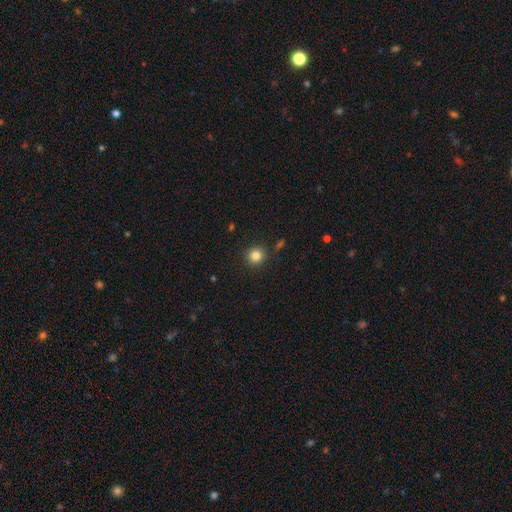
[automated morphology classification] Smooth or featured?
  - smooth: 83% *
  - star or artifact: 12%
  - featured or disk: 6%
How rounded?
  - round: 92% *
  - in between: 7%
  - cigar-shaped: 1%
Merging?
  - none: 89% *
  - minor disturbance: 6%
  - major disturbance: 2%
  - merger: 2%